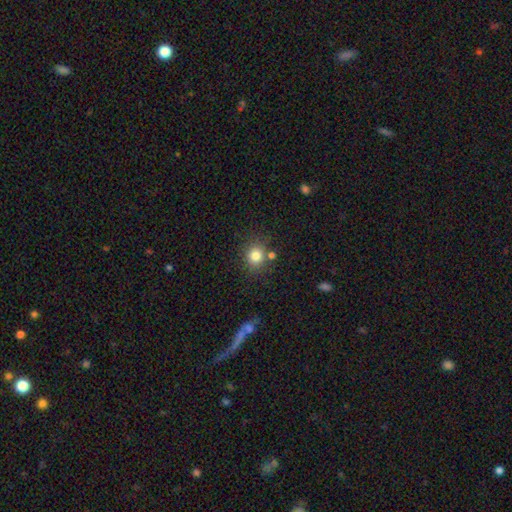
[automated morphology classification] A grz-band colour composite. It shows a smooth galaxy with no disk features (81%) that is round (80%). Merging: none (74%).